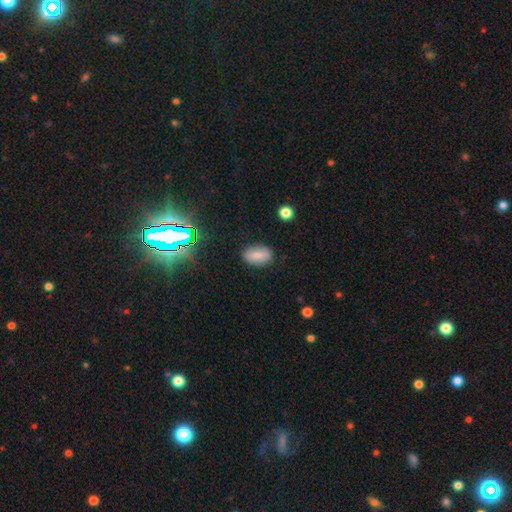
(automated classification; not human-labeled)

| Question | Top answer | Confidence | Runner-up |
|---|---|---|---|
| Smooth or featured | smooth | 74% | featured or disk (15%) |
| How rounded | in between | 88% | round (8%) |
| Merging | none | 83% | minor disturbance (13%) |